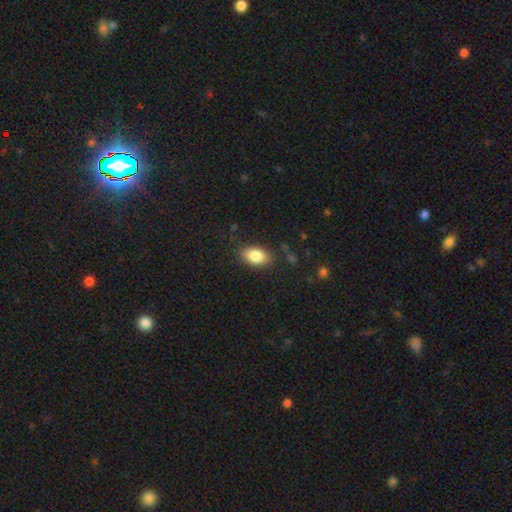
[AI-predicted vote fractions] Morphology: type=smooth (83%); roundness=in between (89%); merging=none (82%).